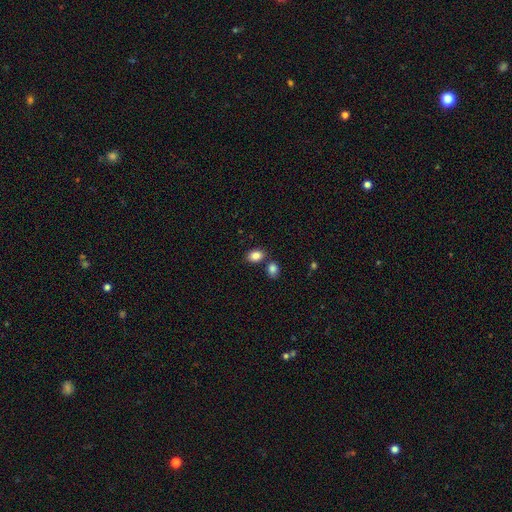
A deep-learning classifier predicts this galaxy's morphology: Q: Smooth or featured?
A: smooth (86%); runner-up: star or artifact (9%)
Q: How rounded?
A: in between (79%); runner-up: round (20%)
Q: Merging?
A: none (72%); runner-up: merger (15%)